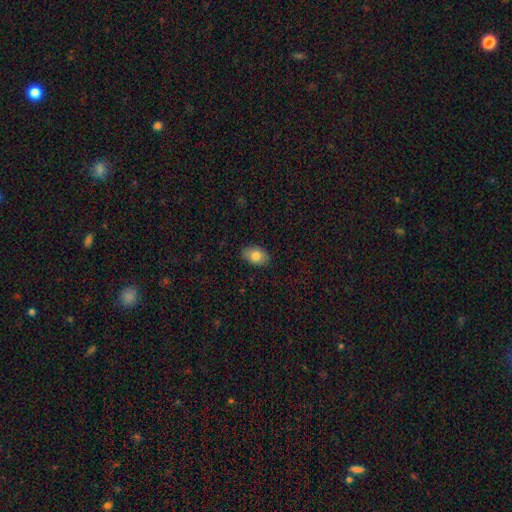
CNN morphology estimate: A smooth galaxy with no disk features (82%) that is in between round and cigar-shaped (88%).

Vote fractions:
- Smooth or featured? smooth: 82% / featured or disk: 10% / star or artifact: 7%
- How rounded? in between: 88% / round: 11% / cigar-shaped: 1%
- Merging? none: 87% / minor disturbance: 10% / major disturbance: 2% / merger: 1%